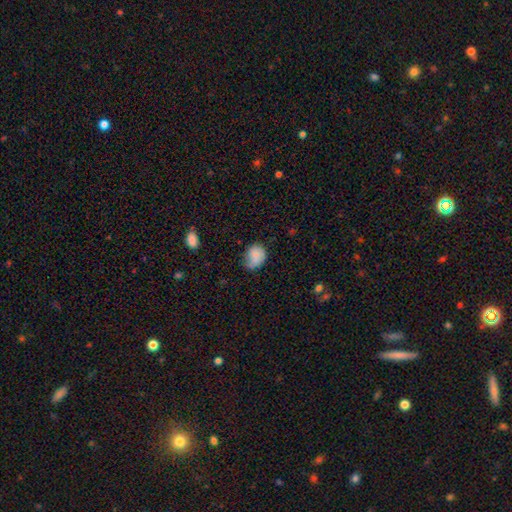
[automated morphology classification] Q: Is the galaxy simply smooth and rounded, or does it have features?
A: smooth — 75%.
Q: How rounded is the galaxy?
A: round — 52%.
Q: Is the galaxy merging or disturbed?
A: none — 48%.